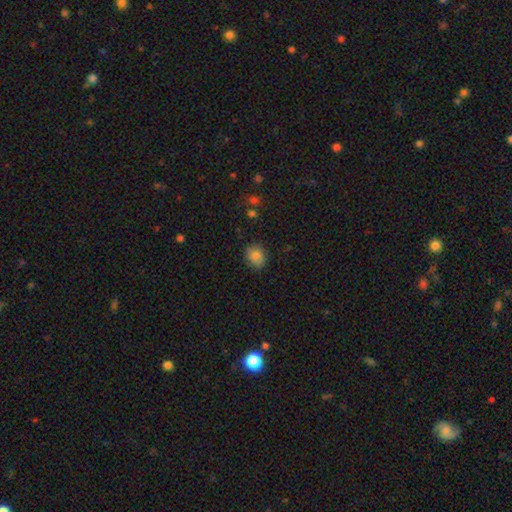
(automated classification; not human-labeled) This is clearly a smooth galaxy (82%). How rounded: likely round (63%). Merging: clearly none (81%).